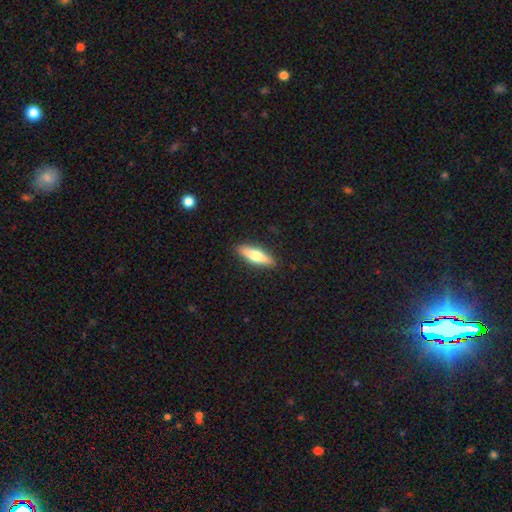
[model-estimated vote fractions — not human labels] A smooth galaxy with no disk features (59%) that is cigar-shaped (62%).

Vote fractions:
- Smooth or featured? smooth: 59% / featured or disk: 35% / star or artifact: 6%
- How rounded? cigar-shaped: 62% / in between: 35% / round: 2%
- Merging? none: 89% / minor disturbance: 8% / major disturbance: 2% / merger: 1%